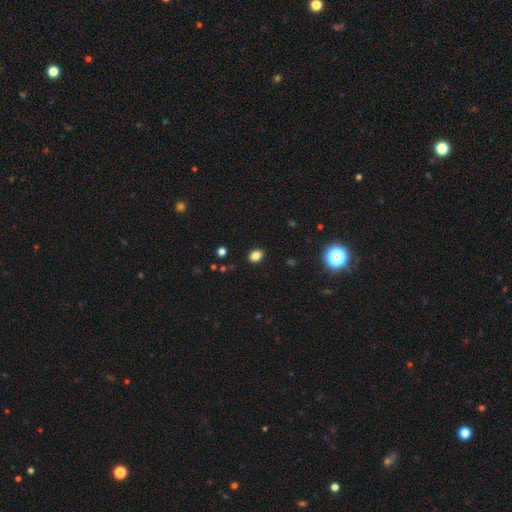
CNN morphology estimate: Smooth or featured: smooth — 83% (star or artifact — 12%)
How rounded: in between — 73% (round — 26%)
Merging: none — 89% (minor disturbance — 8%)